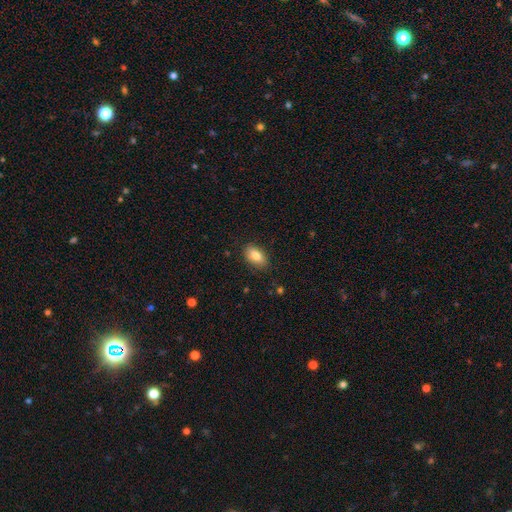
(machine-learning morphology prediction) Q: Smooth or featured?
A: smooth (83%); runner-up: featured or disk (10%)
Q: How rounded?
A: in between (91%); runner-up: round (6%)
Q: Merging?
A: none (85%); runner-up: minor disturbance (11%)